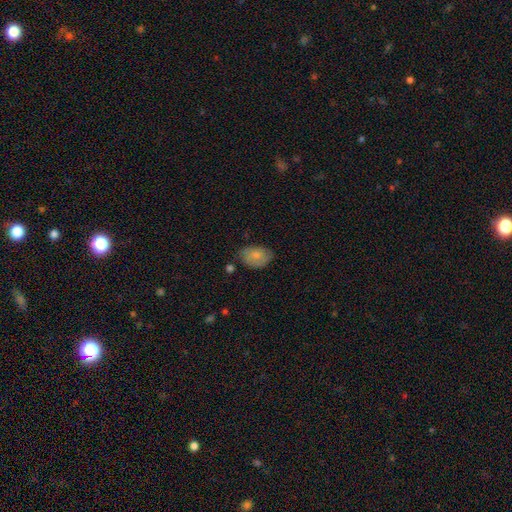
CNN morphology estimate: smooth_or_featured: smooth (p=0.71) [alt: featured or disk p=0.22]
how_rounded: in between (p=0.82) [alt: round p=0.17]
merging: none (p=0.63) [alt: minor disturbance p=0.27]